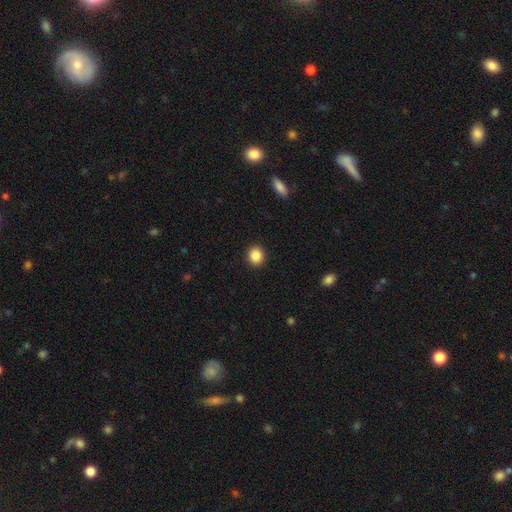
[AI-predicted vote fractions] Smooth or featured: smooth — 87% (star or artifact — 9%)
How rounded: round — 85% (in between — 14%)
Merging: none — 92% (minor disturbance — 5%)